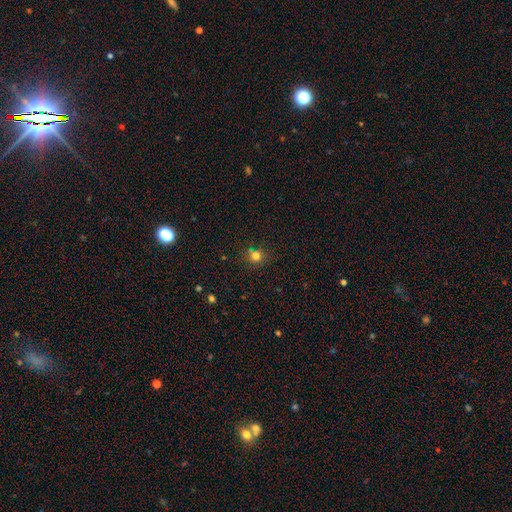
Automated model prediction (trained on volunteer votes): smooth 75%, star or artifact 18%, featured or disk 7%. Down the decision tree: how rounded — round (85%); merging — none (73%).